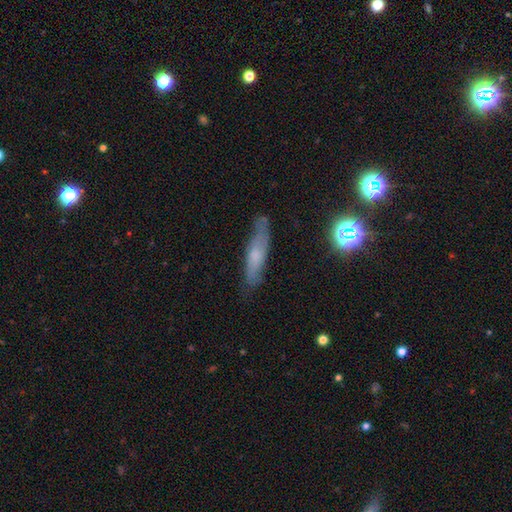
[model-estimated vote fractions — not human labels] Overall: smooth (49%; featured or disk 39%). Merging: none (71%).